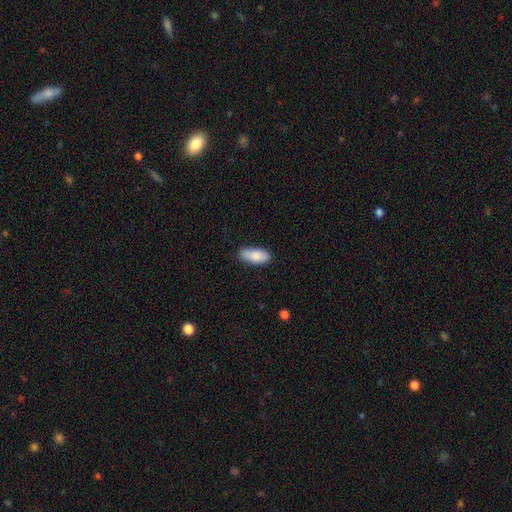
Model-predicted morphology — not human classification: smooth_or_featured: smooth (p=0.87) [alt: featured or disk p=0.08]
how_rounded: in between (p=0.86) [alt: cigar-shaped p=0.12]
merging: none (p=0.82) [alt: minor disturbance p=0.14]